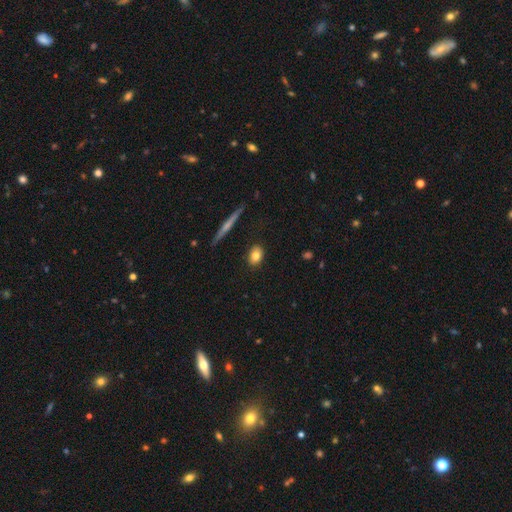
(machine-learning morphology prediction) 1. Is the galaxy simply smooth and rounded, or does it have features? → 80% smooth, 12% featured or disk, 8% star or artifact.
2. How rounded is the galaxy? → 66% in between, 29% round, 4% cigar-shaped.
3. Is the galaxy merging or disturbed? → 88% none, 8% minor disturbance, 2% major disturbance, 2% merger.